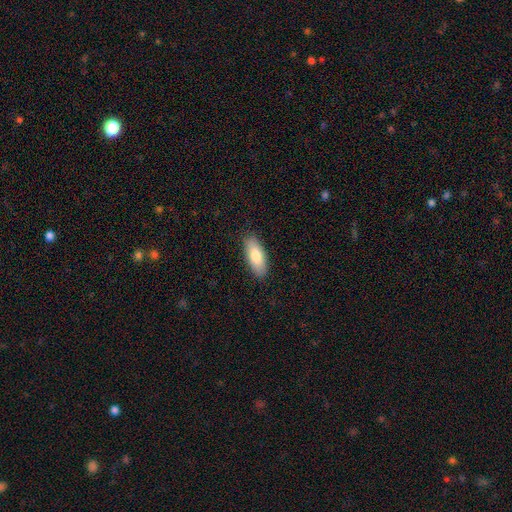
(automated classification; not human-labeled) Overall: smooth (81%). How rounded: in between (82%). Merging: none (88%).